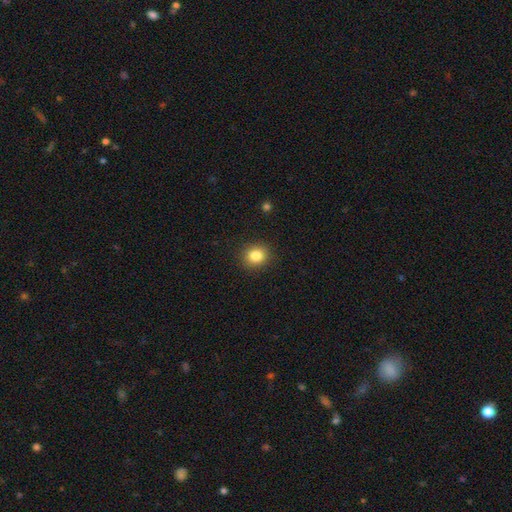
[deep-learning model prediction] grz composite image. It shows a smooth galaxy with no disk features (83%) that is round (79%). Merging: none (90%).